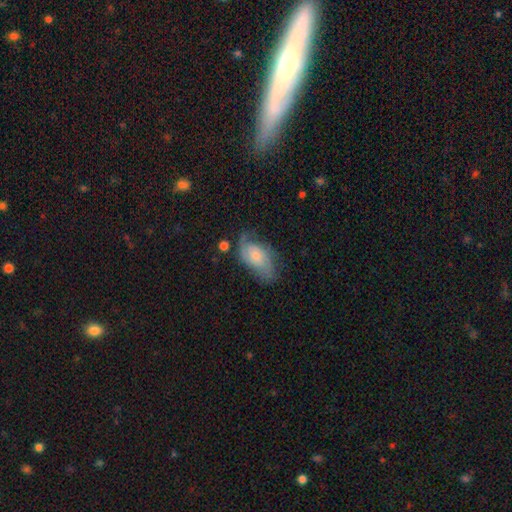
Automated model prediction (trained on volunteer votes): Q: Smooth or featured?
A: featured or disk (56%); runner-up: smooth (37%)
Q: Edge-on disk?
A: no (94%); runner-up: yes (6%)
Q: Bar?
A: no (69%); runner-up: weak (27%)
Q: Spiral arms?
A: yes (83%); runner-up: no (17%)
Q: Bulge size?
A: small (44%); runner-up: moderate (43%)
Q: Merging?
A: none (52%); runner-up: minor disturbance (29%)